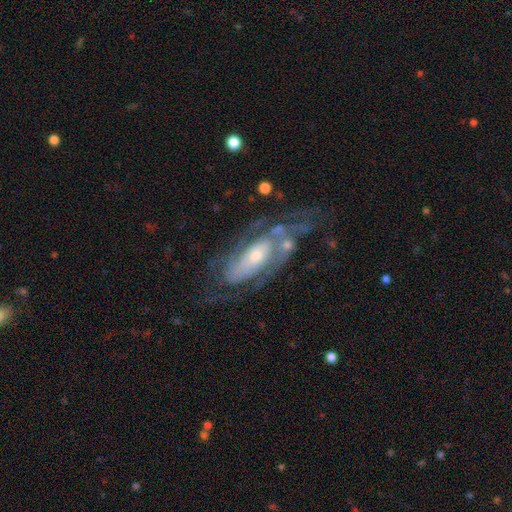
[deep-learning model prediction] This is likely a featured or disk galaxy (80%). It is clearly not viewed edge-on (88%). Bar: likely no (63%). Spiral arm pattern: clearly yes (85%). Spiral arm count: marginally can't tell (42%). Spiral winding: possibly tight (54%). Central bulge: possibly small (49%). Merging: possibly none (54%).